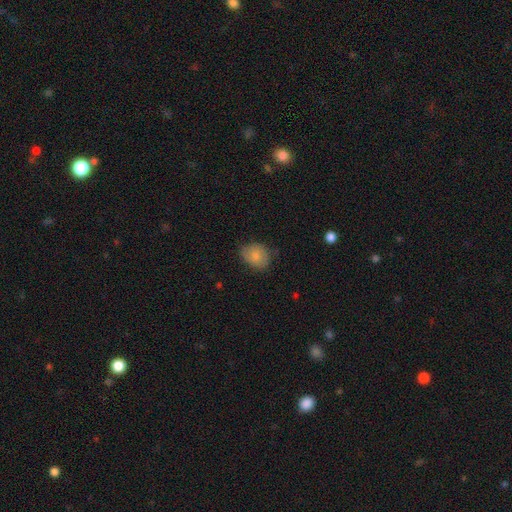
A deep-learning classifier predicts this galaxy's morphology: Smooth or featured? smooth (78%)
How rounded? in between (51%)
Merging? none (64%)